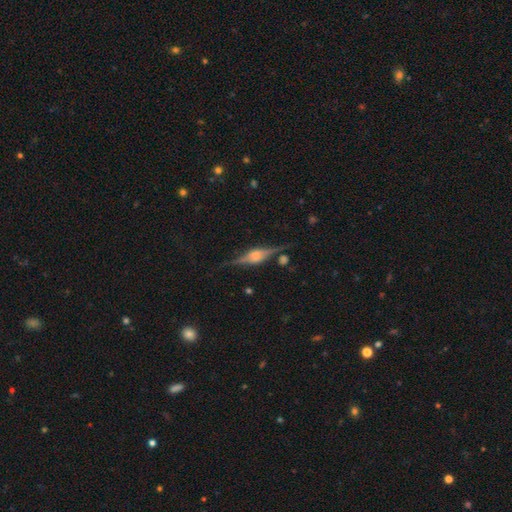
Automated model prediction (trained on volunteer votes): smooth_or_featured: featured or disk (p=0.82) [alt: smooth p=0.11]
disk_edge_on: yes (p=0.97) [alt: no p=0.03]
edge_on_bulge: rounded (p=0.75) [alt: boxy p=0.22]
merging: none (p=0.80) [alt: minor disturbance p=0.13]